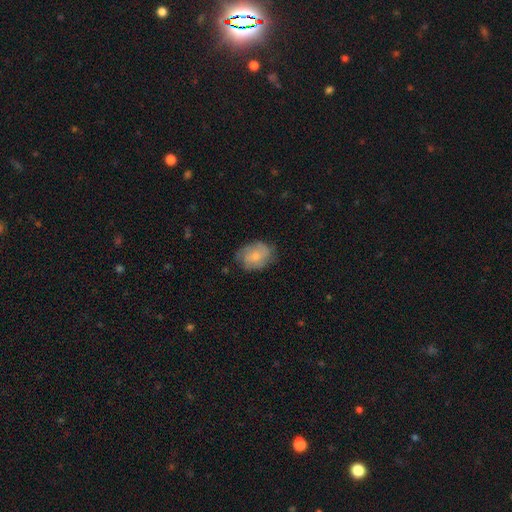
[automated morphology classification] A smooth galaxy with no disk features (51%) that is in between round and cigar-shaped (67%). Merging: none (67%).